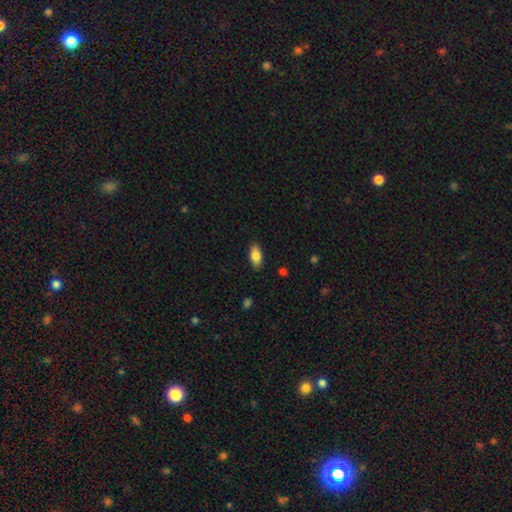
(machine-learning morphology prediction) Smooth or featured? smooth (83%)
How rounded? in between (90%)
Merging? none (88%)